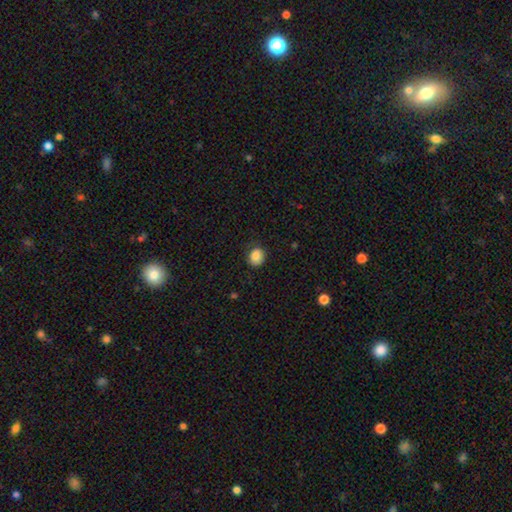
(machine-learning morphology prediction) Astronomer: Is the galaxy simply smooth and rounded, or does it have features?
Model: smooth — 85%.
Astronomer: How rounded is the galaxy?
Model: round — 68%.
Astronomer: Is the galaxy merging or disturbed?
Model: none — 76%.